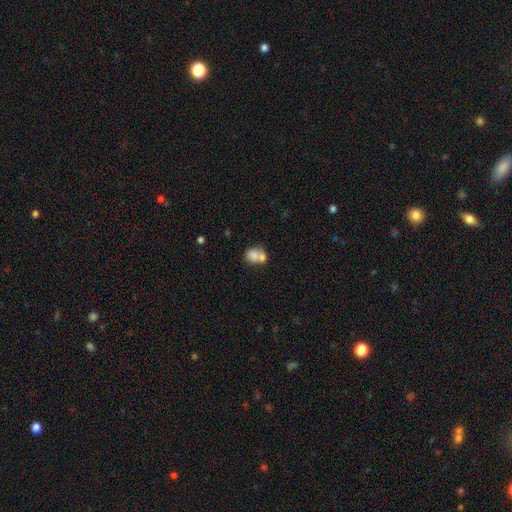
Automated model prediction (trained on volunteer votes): Morphology: type=smooth (75%); roundness=round (57%); merging=merger (61%).